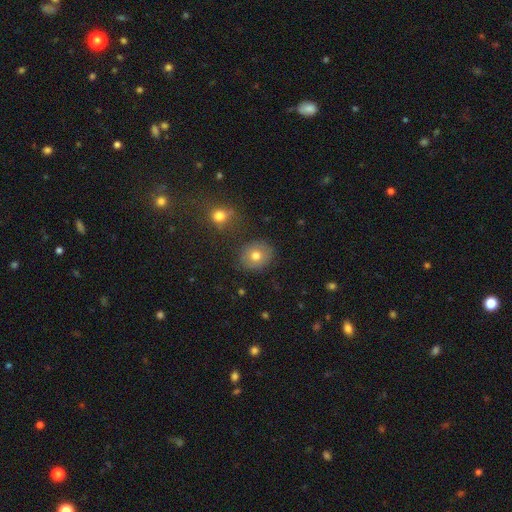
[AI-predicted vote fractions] Morphology: type=smooth (71%); roundness=round (70%); merging=none (83%).